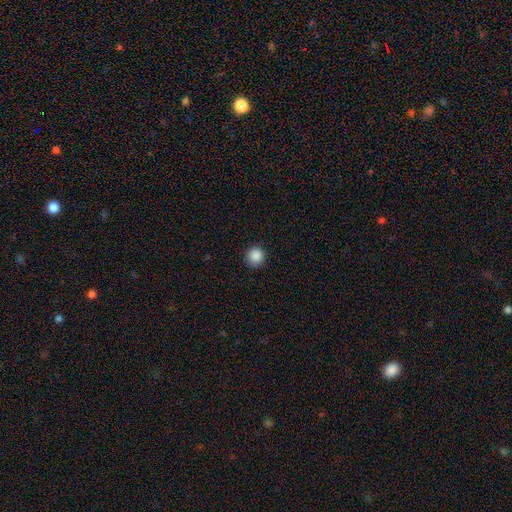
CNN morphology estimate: A smooth galaxy with no disk features (88%) that is round (95%).

Vote fractions:
- Smooth or featured? smooth: 88% / star or artifact: 10% / featured or disk: 3%
- How rounded? round: 95% / in between: 4% / cigar-shaped: 1%
- Merging? none: 91% / minor disturbance: 6% / major disturbance: 2% / merger: 1%